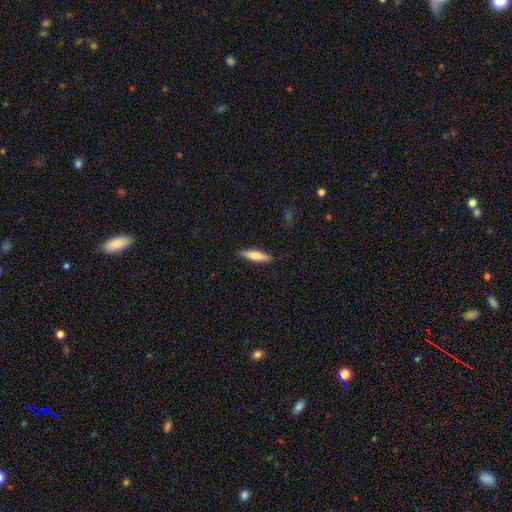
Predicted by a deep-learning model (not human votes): Smooth or featured? smooth (74%)
How rounded? cigar-shaped (70%)
Merging? none (89%)